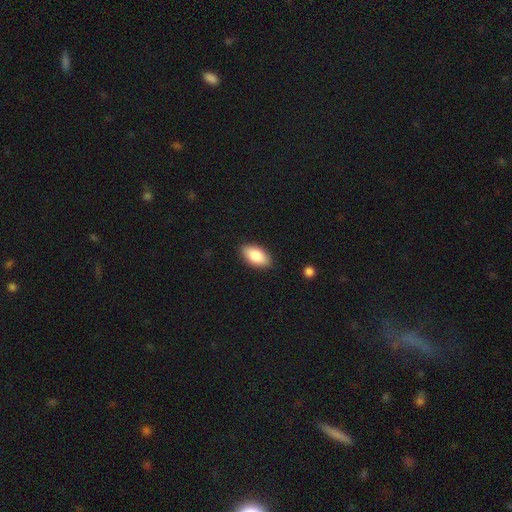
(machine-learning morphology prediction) Smooth or featured? smooth (83%)
How rounded? in between (93%)
Merging? none (88%)